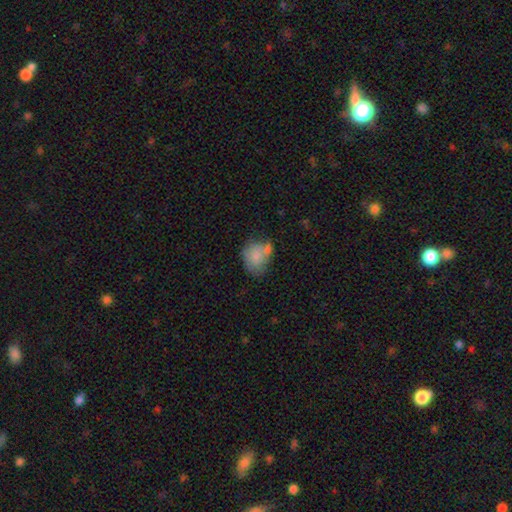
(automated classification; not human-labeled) A smooth galaxy with no disk features (74%) that is in between round and cigar-shaped (56%). Merging: none (37%).